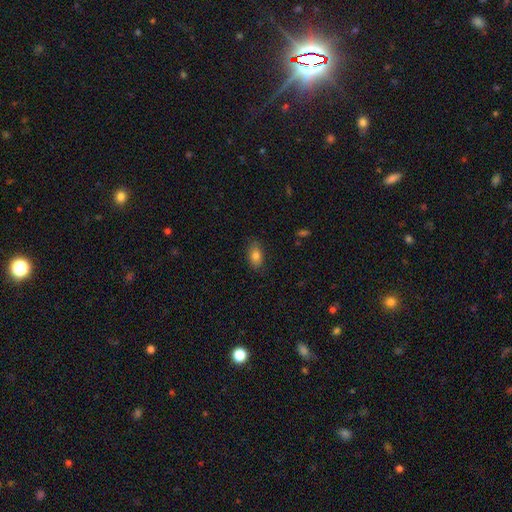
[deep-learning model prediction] Smooth or featured? Predicted: smooth (p=0.80). How rounded? Predicted: in between (p=0.88). Merging? Predicted: none (p=0.82).